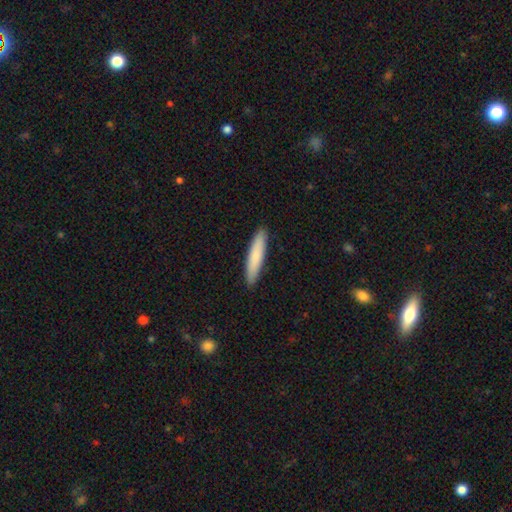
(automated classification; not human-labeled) A smooth galaxy with no disk features (79%) that is cigar-shaped (88%). Merging: none (91%).